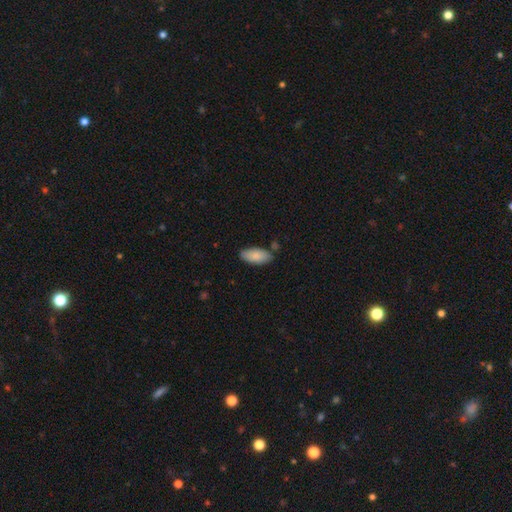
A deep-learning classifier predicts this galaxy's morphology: A smooth galaxy with no disk features (85%) that is in between round and cigar-shaped (90%). Merging: none (78%).